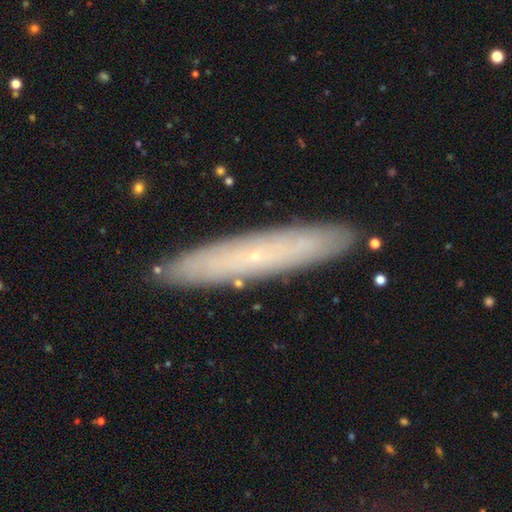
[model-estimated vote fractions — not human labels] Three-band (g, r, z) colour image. It shows a featured or disk galaxy (60%) viewed edge-on (60%). Merging: none (89%).